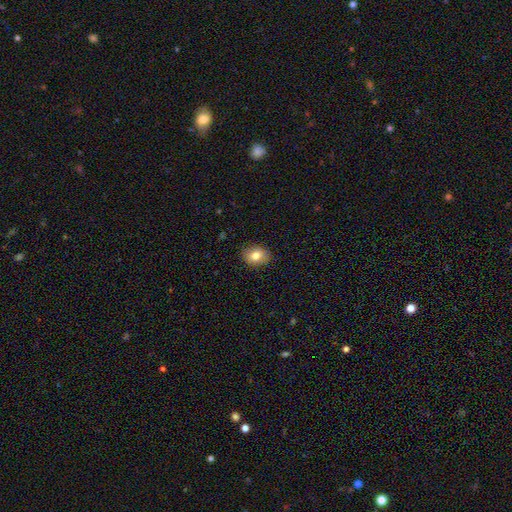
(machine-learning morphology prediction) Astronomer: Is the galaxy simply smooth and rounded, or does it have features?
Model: smooth — 81%.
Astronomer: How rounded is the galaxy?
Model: in between — 59% (runner-up: round, 40%).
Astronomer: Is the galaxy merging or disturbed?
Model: none — 88%.